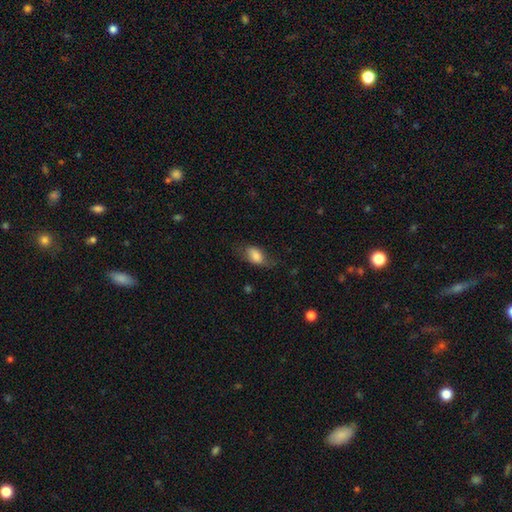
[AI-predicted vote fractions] This is likely a smooth galaxy (77%). How rounded: clearly in between (88%). Merging: possibly none (58%).